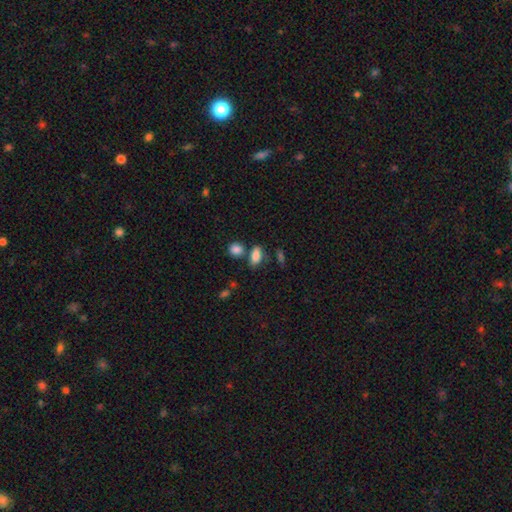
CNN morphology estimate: Smooth or featured? smooth (84%)
How rounded? in between (83%)
Merging? none (65%)